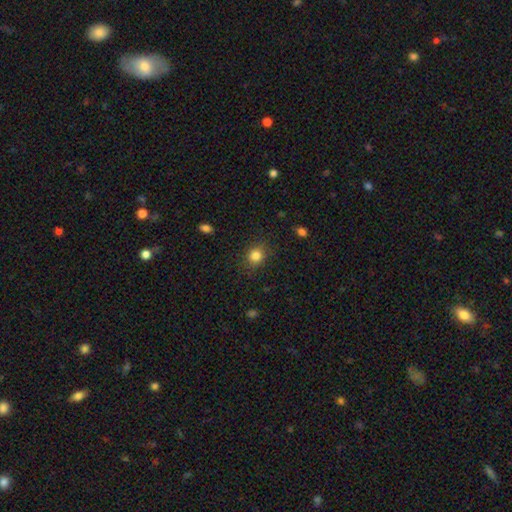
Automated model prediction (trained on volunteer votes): Smooth or featured? smooth (83%)
How rounded? round (78%)
Merging? none (86%)